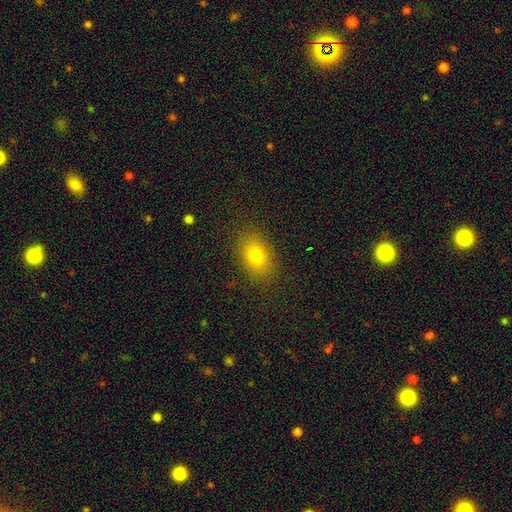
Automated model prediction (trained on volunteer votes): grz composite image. It shows a smooth galaxy with no disk features (77%) that is in between round and cigar-shaped (78%). Merging: none (86%).